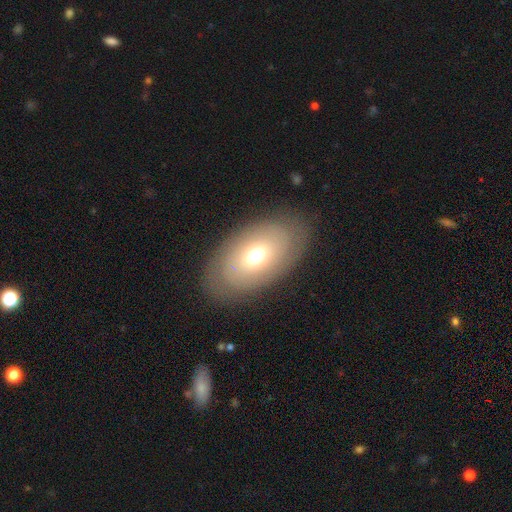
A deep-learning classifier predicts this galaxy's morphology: smooth_or_featured: smooth (p=0.61) [alt: featured or disk p=0.30]
how_rounded: in between (p=0.90) [alt: round p=0.08]
merging: none (p=0.83) [alt: minor disturbance p=0.11]